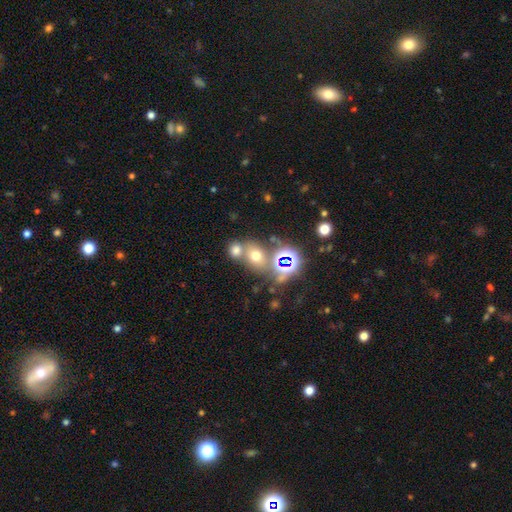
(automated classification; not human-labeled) Smooth or featured: smooth — 58% (star or artifact — 29%)
How rounded: round — 55% (in between — 43%)
Merging: none — 52% (merger — 33%)